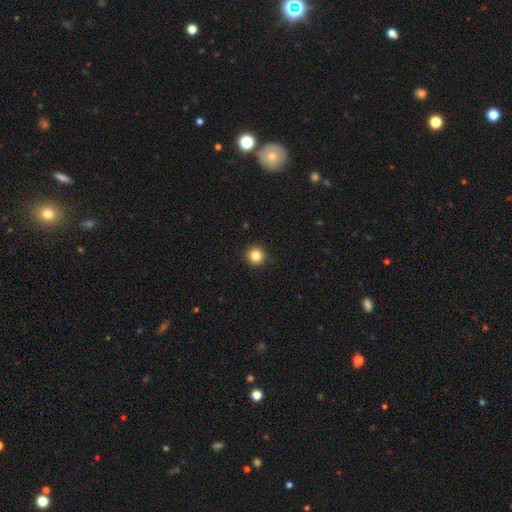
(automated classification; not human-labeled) smooth-or-featured: smooth: 84% | star or artifact: 11% | featured or disk: 5%
  how-rounded: round: 95% | in between: 4% | cigar-shaped: 1%
  merging: none: 93% | minor disturbance: 5% | major disturbance: 2% | merger: 1%